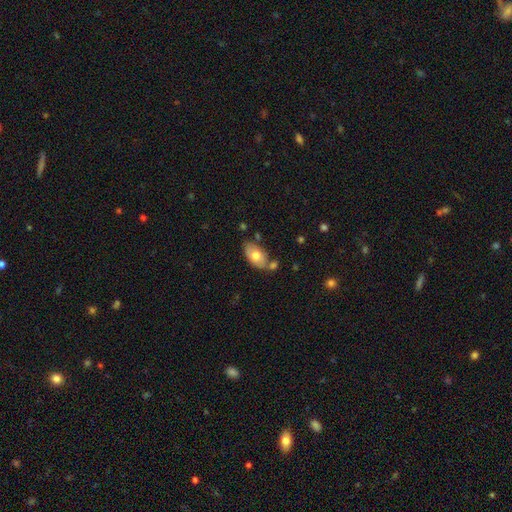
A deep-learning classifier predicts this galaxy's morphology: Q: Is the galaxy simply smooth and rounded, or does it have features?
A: smooth — 69%.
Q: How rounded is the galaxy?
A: in between — 92%.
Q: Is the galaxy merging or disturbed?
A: none — 62%.